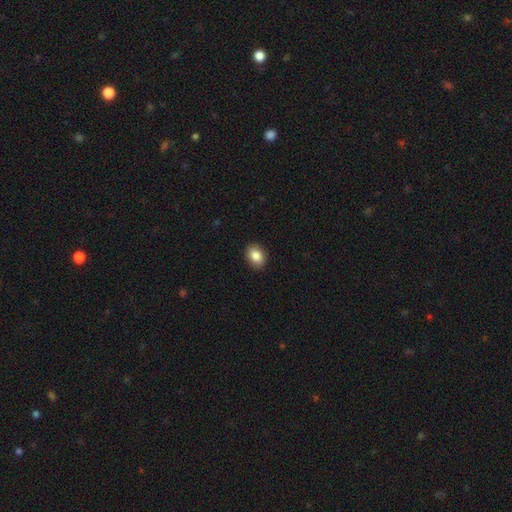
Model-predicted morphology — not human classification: Smooth or featured? Predicted: smooth (p=0.86). How rounded? Predicted: in between (p=0.68). Merging? Predicted: none (p=0.90).